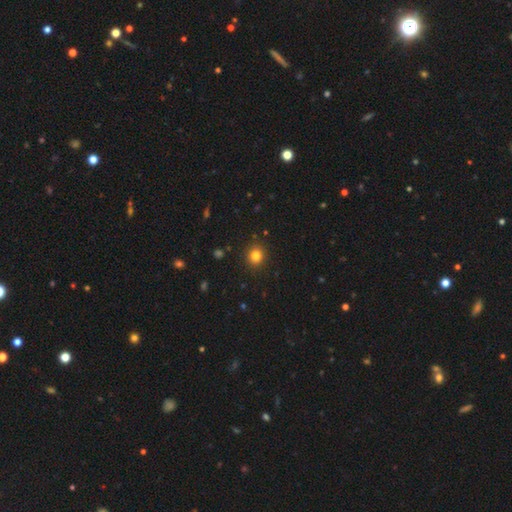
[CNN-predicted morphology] Overall: smooth (82%). How rounded: round (85%). Merging: none (91%).